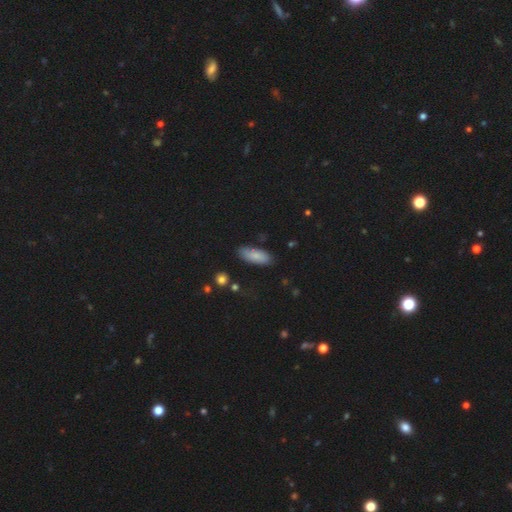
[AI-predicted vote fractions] A smooth galaxy with no disk features (79%) that is in between round and cigar-shaped (76%).

Vote fractions:
- Smooth or featured? smooth: 79% / featured or disk: 14% / star or artifact: 7%
- How rounded? in between: 76% / cigar-shaped: 22% / round: 2%
- Merging? none: 78% / minor disturbance: 16% / major disturbance: 3% / merger: 2%